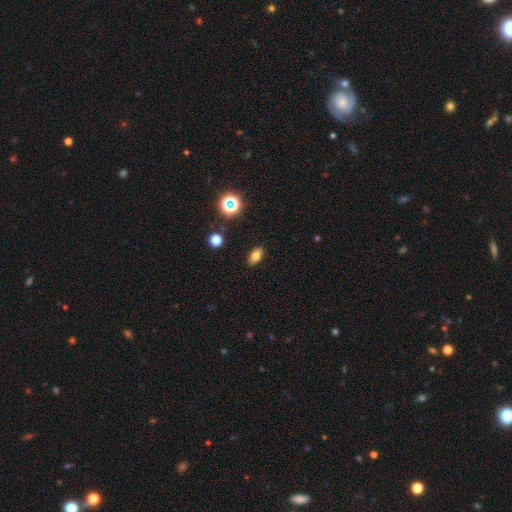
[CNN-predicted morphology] Smooth or featured: smooth — 77% (star or artifact — 14%)
How rounded: in between — 88% (round — 8%)
Merging: none — 88% (minor disturbance — 9%)